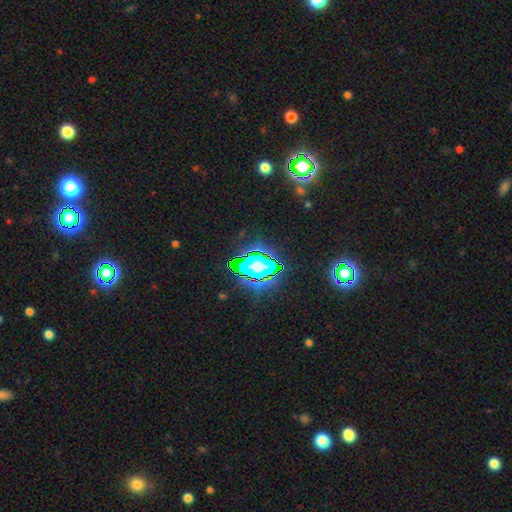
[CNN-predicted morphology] The model was most divided on "smooth or featured": star or artifact: 79%, smooth: 13%, featured or disk: 8%.